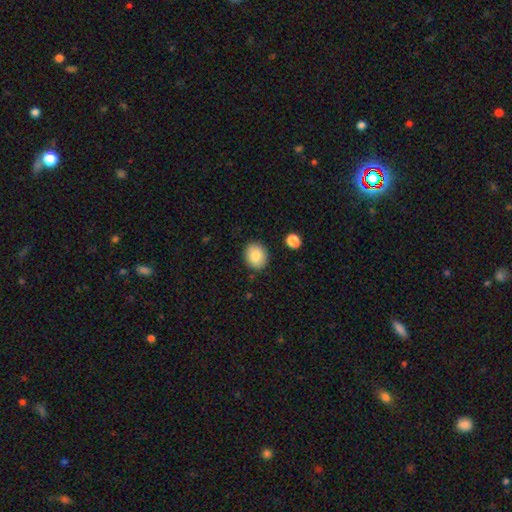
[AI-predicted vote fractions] Smooth or featured? smooth (85%)
How rounded? round (56%)
Merging? none (87%)